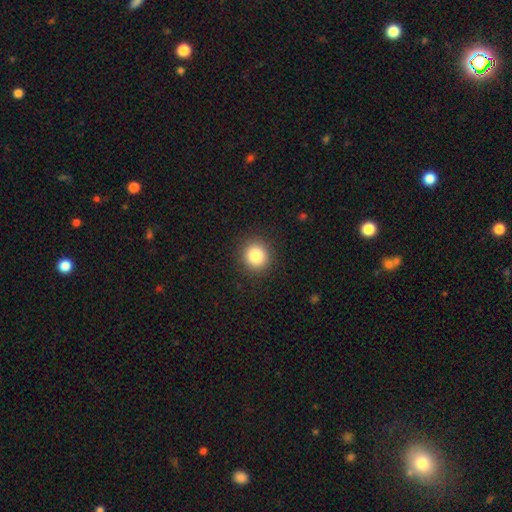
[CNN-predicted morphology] This is clearly a smooth galaxy (84%). How rounded: clearly round (90%). Merging: clearly none (91%).